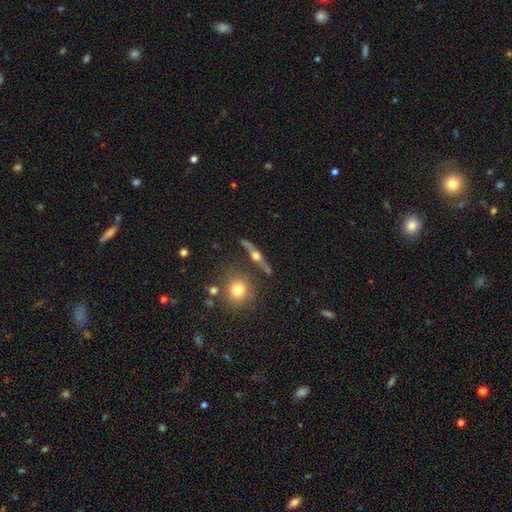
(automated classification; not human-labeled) Smooth or featured? featured or disk (73%)
Edge-on disk? yes (93%)
Edge-on bulge? rounded (95%)
Merging? none (77%)